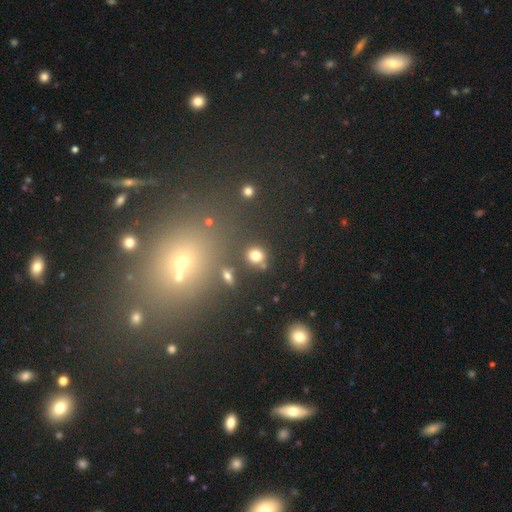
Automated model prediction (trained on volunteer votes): Smooth or featured?
  - smooth: 77% *
  - star or artifact: 16%
  - featured or disk: 7%
How rounded?
  - round: 80% *
  - in between: 18%
  - cigar-shaped: 1%
Merging?
  - none: 76% *
  - minor disturbance: 10%
  - merger: 10%
  - major disturbance: 4%